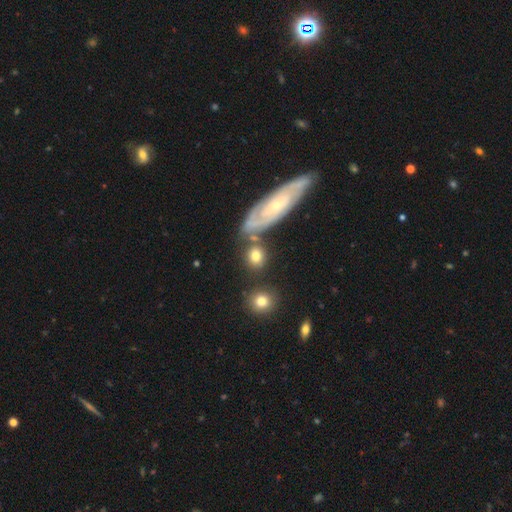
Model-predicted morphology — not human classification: smooth 73%, featured or disk 18%, star or artifact 8%. Down the decision tree: how rounded — round (72%); merging — none (70%).